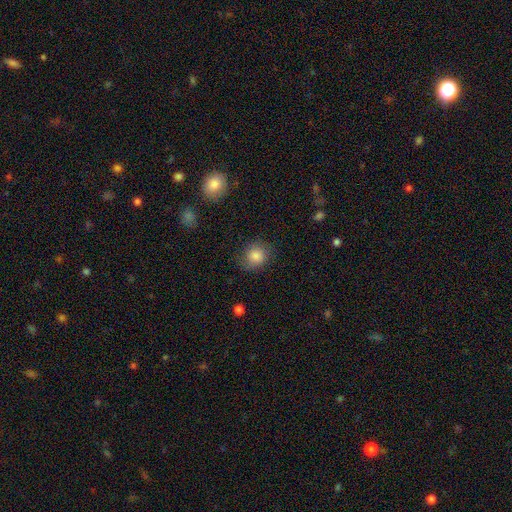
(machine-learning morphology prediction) A smooth galaxy with no disk features (84%) that is round (79%).

Vote fractions:
- Smooth or featured? smooth: 84% / star or artifact: 9% / featured or disk: 7%
- How rounded? round: 79% / in between: 20% / cigar-shaped: 1%
- Merging? none: 81% / minor disturbance: 14% / major disturbance: 4% / merger: 1%